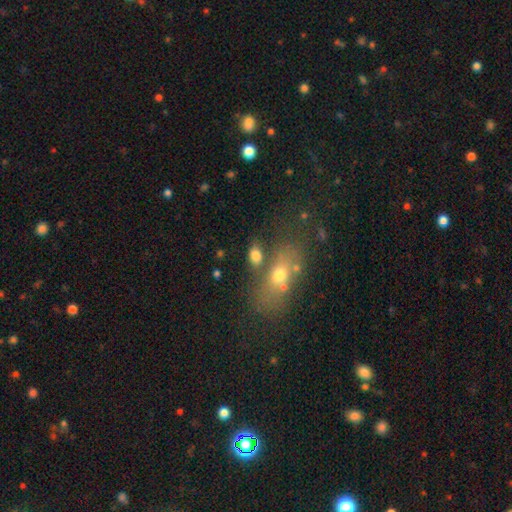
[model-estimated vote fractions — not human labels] Morphology: type=smooth (73%); roundness=in between (79%); merging=none (57%).